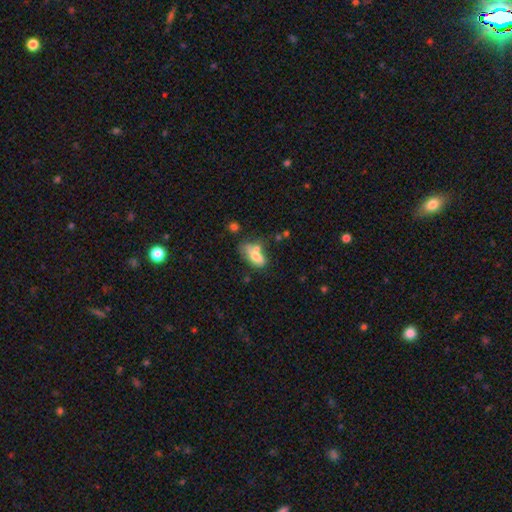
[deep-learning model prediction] Smooth or featured? smooth (67%)
How rounded? in between (84%)
Merging? merger (37%)